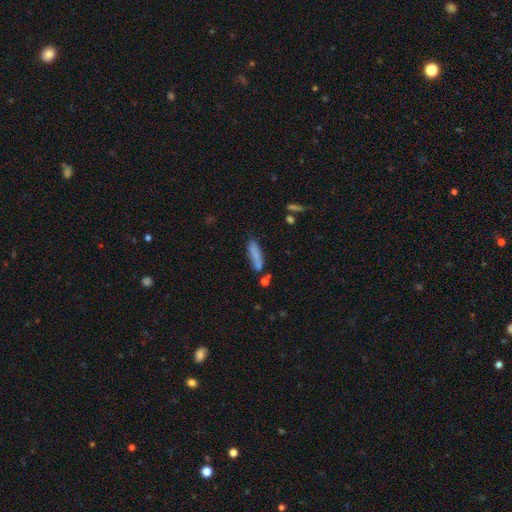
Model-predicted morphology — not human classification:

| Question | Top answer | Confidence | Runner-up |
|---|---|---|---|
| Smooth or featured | smooth | 80% | featured or disk (12%) |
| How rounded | cigar-shaped | 73% | in between (25%) |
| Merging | none | 71% | minor disturbance (18%) |